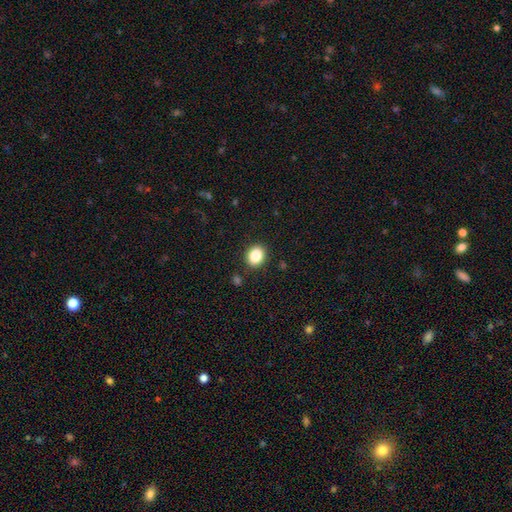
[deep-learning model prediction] A smooth galaxy with no disk features (86%) that is round (58%).

Vote fractions:
- Smooth or featured? smooth: 86% / star or artifact: 9% / featured or disk: 5%
- How rounded? round: 58% / in between: 41% / cigar-shaped: 1%
- Merging? none: 89% / minor disturbance: 7% / major disturbance: 2% / merger: 2%